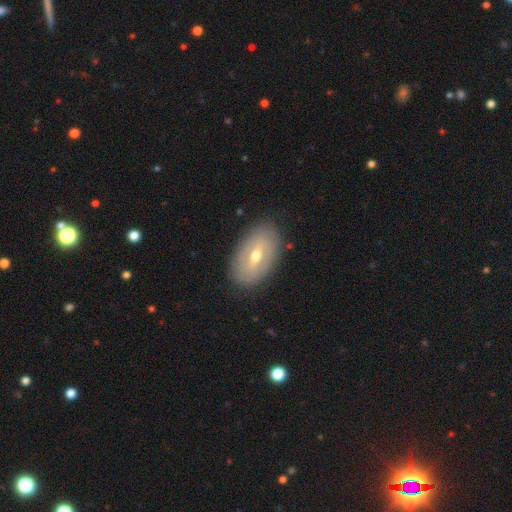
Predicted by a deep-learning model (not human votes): Q: Smooth or featured?
A: featured or disk (53%); runner-up: smooth (39%)
Q: Edge-on disk?
A: no (88%); runner-up: yes (12%)
Q: Merging?
A: none (84%); runner-up: minor disturbance (11%)